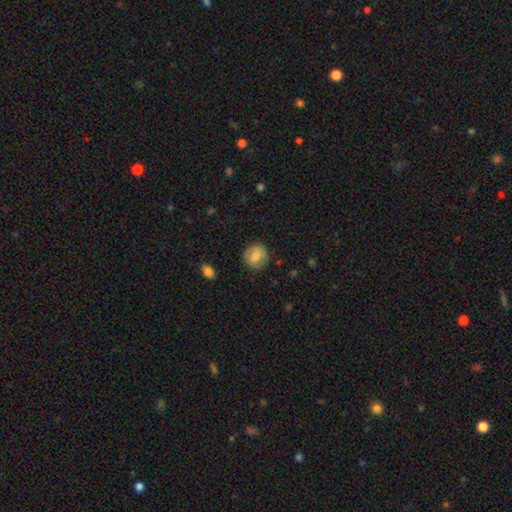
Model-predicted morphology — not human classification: This appears to be a smooth galaxy with no disk features (71%) that is round (80%). Merging: none (81%).